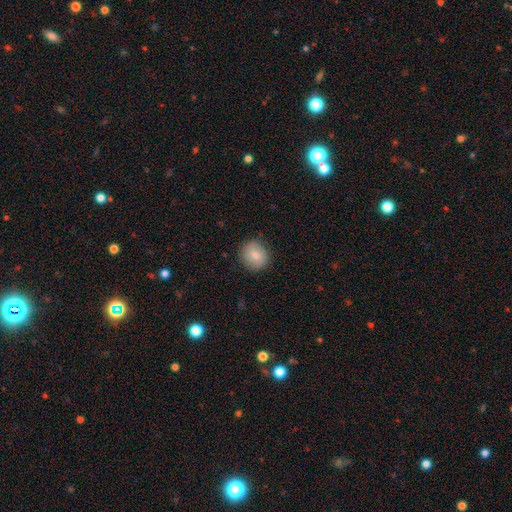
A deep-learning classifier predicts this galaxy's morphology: The model was most divided on "how rounded": round: 78%, in between: 21%, cigar-shaped: 1%. More confident: merging — none (86%); smooth or featured — smooth (83%).